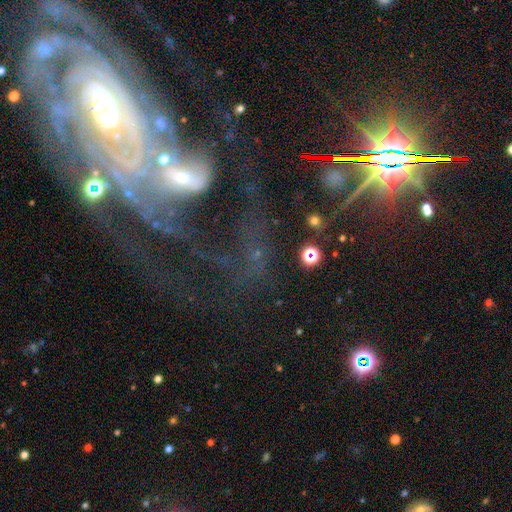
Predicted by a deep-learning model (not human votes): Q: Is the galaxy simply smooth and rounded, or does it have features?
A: featured or disk — 53%.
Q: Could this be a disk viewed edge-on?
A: no — 86%.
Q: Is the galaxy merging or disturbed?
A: none — 38%.